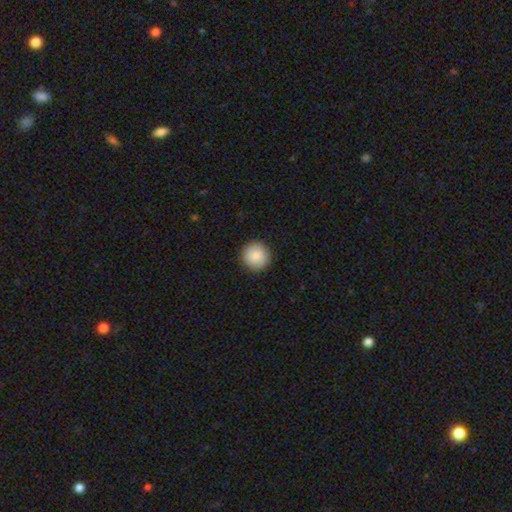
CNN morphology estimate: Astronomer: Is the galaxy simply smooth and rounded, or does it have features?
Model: smooth — 88%.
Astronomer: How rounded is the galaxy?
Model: round — 95%.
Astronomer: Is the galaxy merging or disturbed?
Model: none — 92%.